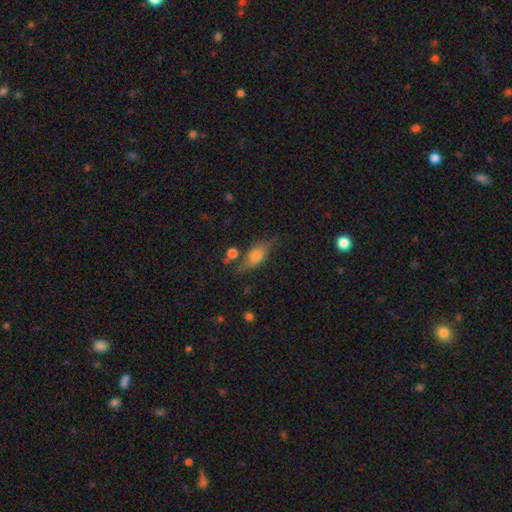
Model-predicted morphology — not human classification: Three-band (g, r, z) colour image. It shows a smooth galaxy with no disk features (48%). Merging: none (67%).